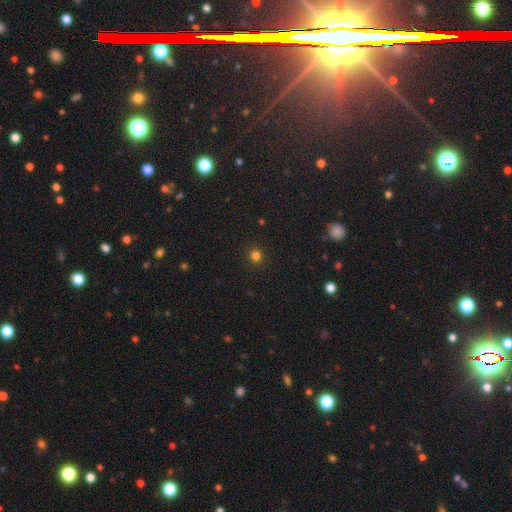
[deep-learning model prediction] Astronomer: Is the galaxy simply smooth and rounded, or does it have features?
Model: smooth — 80%.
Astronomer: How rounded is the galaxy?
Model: round — 88%.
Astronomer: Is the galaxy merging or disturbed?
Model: none — 91%.